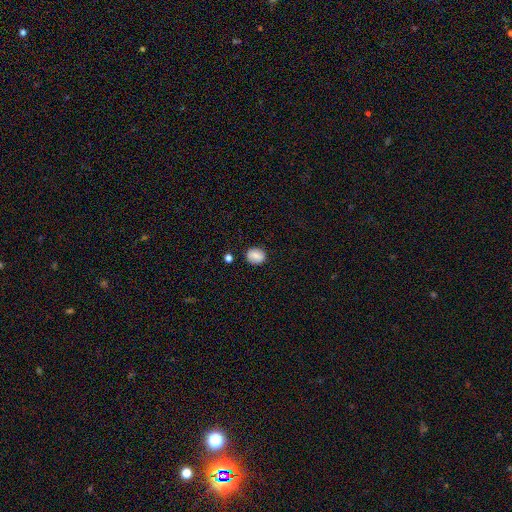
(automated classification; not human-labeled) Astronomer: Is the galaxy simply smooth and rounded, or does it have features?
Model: smooth — 82%.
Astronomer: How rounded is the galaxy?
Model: round — 65%.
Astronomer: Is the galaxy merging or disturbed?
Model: none — 84%.